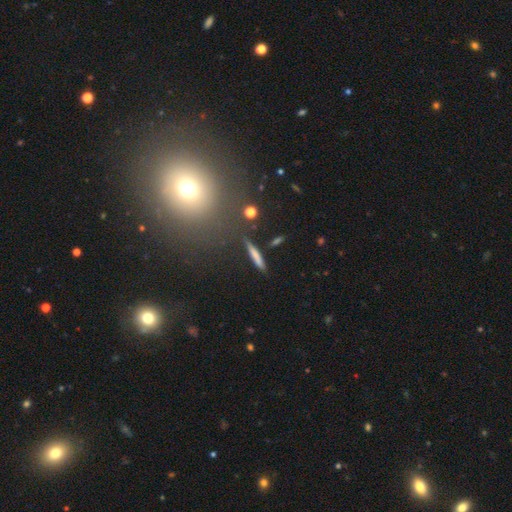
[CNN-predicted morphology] The model was most divided on "smooth or featured": smooth: 67%, featured or disk: 25%, star or artifact: 8%. More confident: how rounded — cigar-shaped (91%); merging — none (83%).